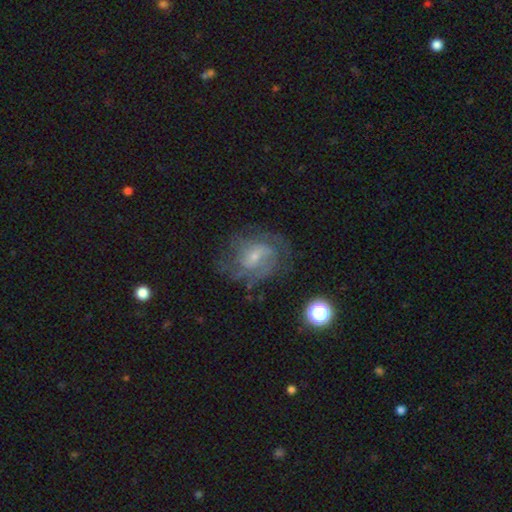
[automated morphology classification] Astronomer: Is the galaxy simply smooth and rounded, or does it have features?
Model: featured or disk — 72%.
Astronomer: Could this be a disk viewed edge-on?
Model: no — 97%.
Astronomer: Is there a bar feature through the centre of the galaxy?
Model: weak — 46% (runner-up: no, 43%).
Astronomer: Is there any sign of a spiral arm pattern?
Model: yes — 85%.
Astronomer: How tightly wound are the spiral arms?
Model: medium — 45% (runner-up: tight, 36%).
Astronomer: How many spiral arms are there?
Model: can't tell — 36% (runner-up: 2, 34%).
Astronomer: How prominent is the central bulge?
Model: small — 70%.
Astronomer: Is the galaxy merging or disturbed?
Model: none — 58%.